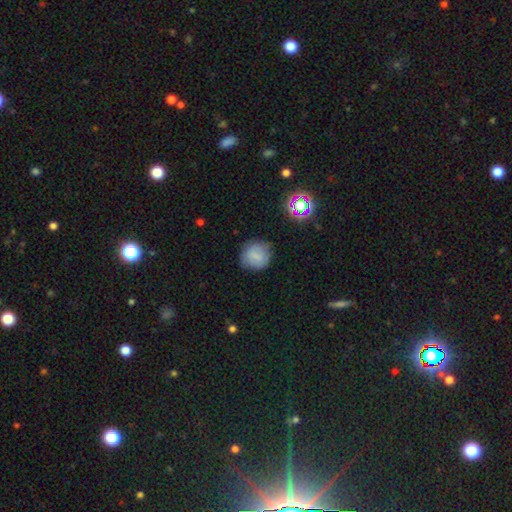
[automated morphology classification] The model was most divided on "smooth or featured": smooth: 73%, featured or disk: 15%, star or artifact: 12%. More confident: how rounded — round (87%); merging — none (76%).